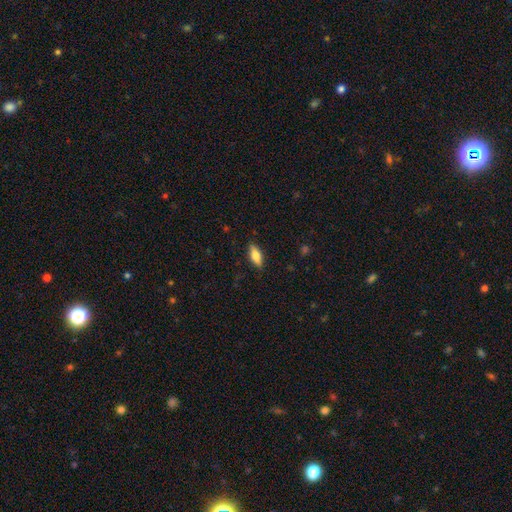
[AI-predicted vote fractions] This appears to be a smooth galaxy with no disk features (75%) that is in between round and cigar-shaped (76%). Merging: none (86%).